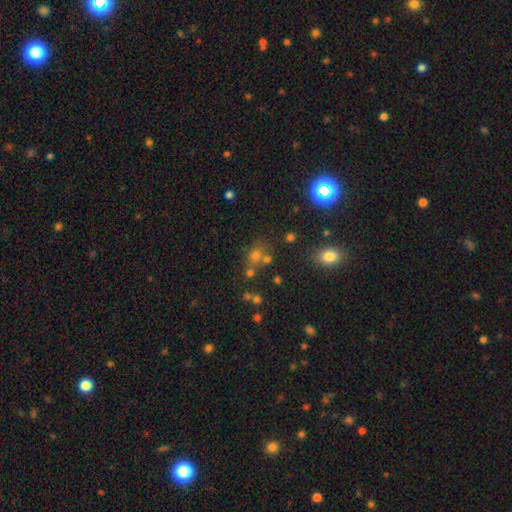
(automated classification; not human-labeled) smooth-or-featured: smooth: 55% | star or artifact: 33% | featured or disk: 12%
  how-rounded: round: 75% | in between: 24% | cigar-shaped: 1%
  merging: none: 57% | merger: 28% | minor disturbance: 10% | major disturbance: 5%